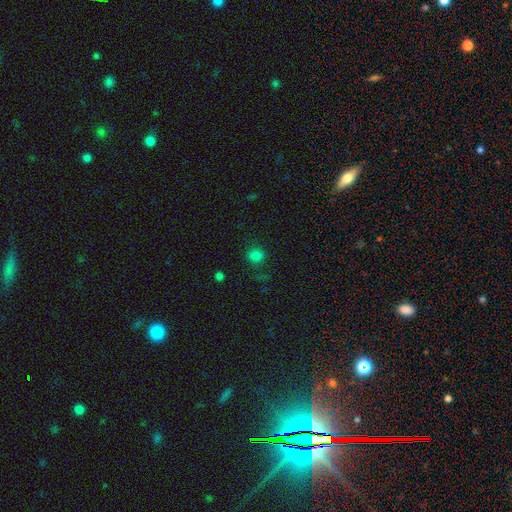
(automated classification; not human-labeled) Morphology: type=smooth (78%); roundness=round (64%); merging=none (80%).